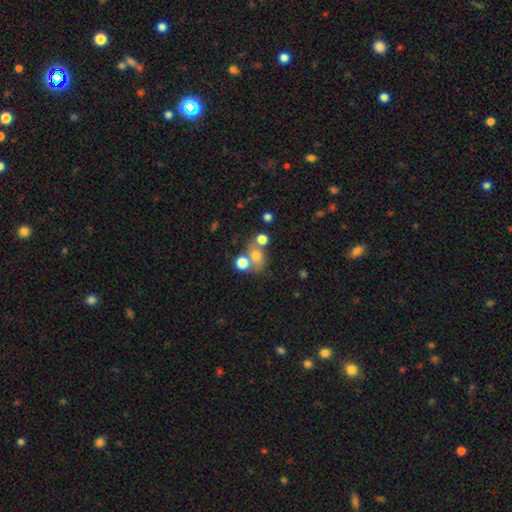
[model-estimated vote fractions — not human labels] A smooth galaxy with no disk features (67%) that is round (57%).

Vote fractions:
- Smooth or featured? smooth: 67% / featured or disk: 17% / star or artifact: 16%
- How rounded? round: 57% / in between: 42% / cigar-shaped: 1%
- Merging? none: 45% / merger: 36% / minor disturbance: 12% / major disturbance: 8%